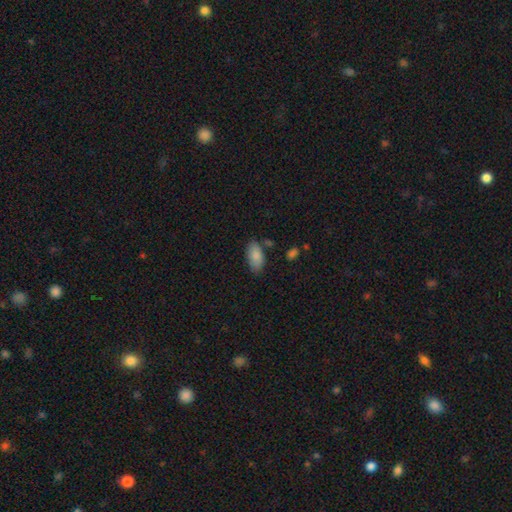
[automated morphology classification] smooth 86%, featured or disk 7%, star or artifact 7%. Down the decision tree: how rounded — in between (93%); merging — none (76%).